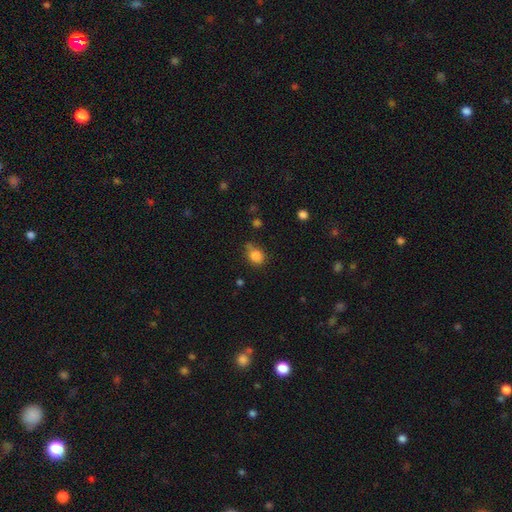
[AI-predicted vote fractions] This appears to be a smooth galaxy with no disk features (84%) that is round (59%). Merging: none (57%).